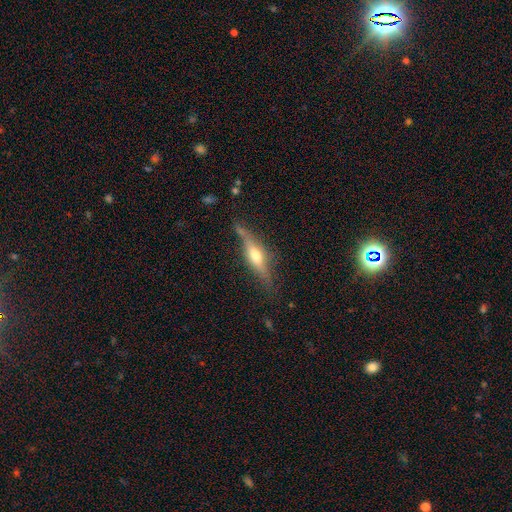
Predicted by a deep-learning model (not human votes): Smooth or featured? featured or disk (65%)
Edge-on disk? yes (93%)
Edge-on bulge? rounded (87%)
Merging? none (74%)